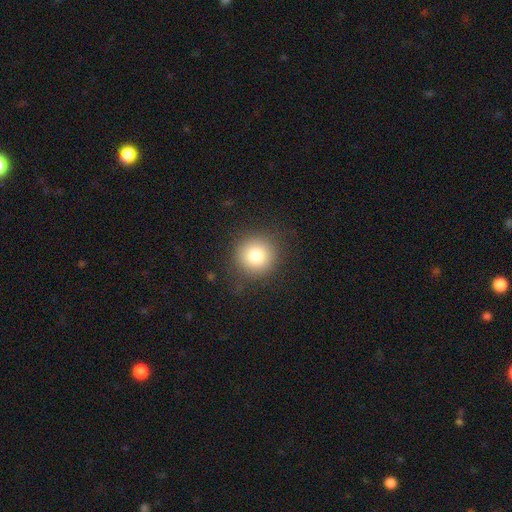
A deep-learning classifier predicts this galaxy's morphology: The model was most divided on "smooth or featured": smooth: 81%, star or artifact: 11%, featured or disk: 8%. More confident: how rounded — round (93%); merging — none (86%).